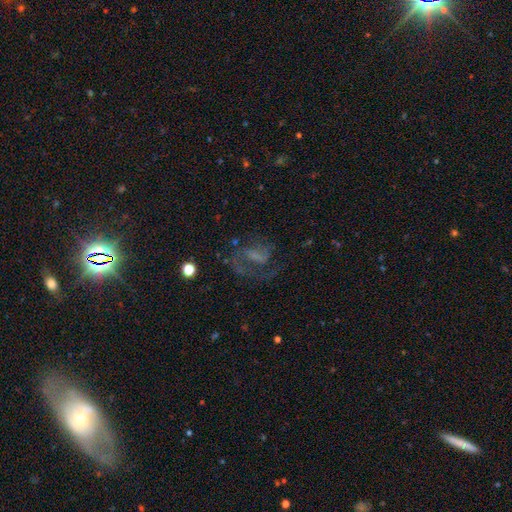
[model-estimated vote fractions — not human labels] A featured or disk galaxy (68%) with a weak bar (42%), 2 (53%) medium (48%) spiral arms (83%) and no central bulge (52%).

Vote fractions:
- Smooth or featured? featured or disk: 68% / smooth: 17% / star or artifact: 15%
- Edge-on disk? no: 97% / yes: 3%
- Bar? weak: 42% / no: 30% / strong: 28%
- Spiral arms? yes: 83% / no: 17%
- Spiral winding? medium: 48% / loose: 31% / tight: 21%
- Spiral arm count? 2: 53% / 1: 30% / can't tell: 11% / 3: 3% / 4: 2% / more than 4: 2%
- Bulge size? none: 52% / small: 25% / moderate: 16% / large: 6% / dominant: 2%
- Merging? none: 51% / major disturbance: 30% / minor disturbance: 16% / merger: 3%